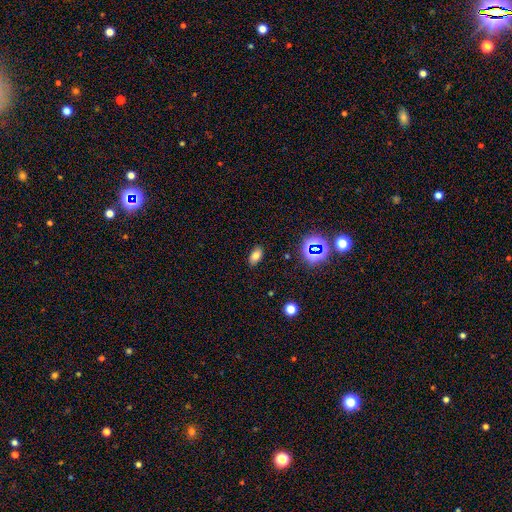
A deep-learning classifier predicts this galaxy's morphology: type=smooth (74%); roundness=in between (91%); merging=none (87%).